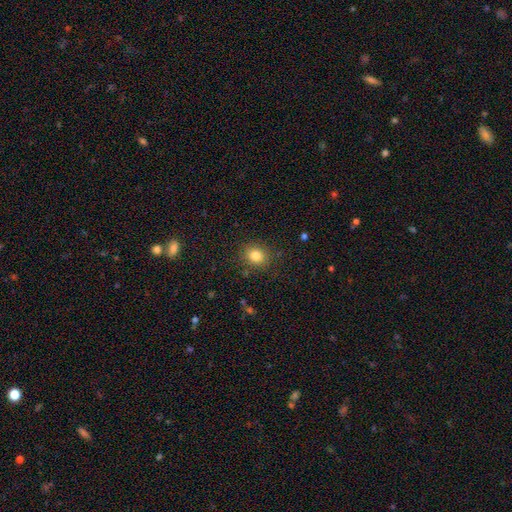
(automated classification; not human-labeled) Morphology: type=smooth (83%); roundness=round (70%); merging=none (86%).